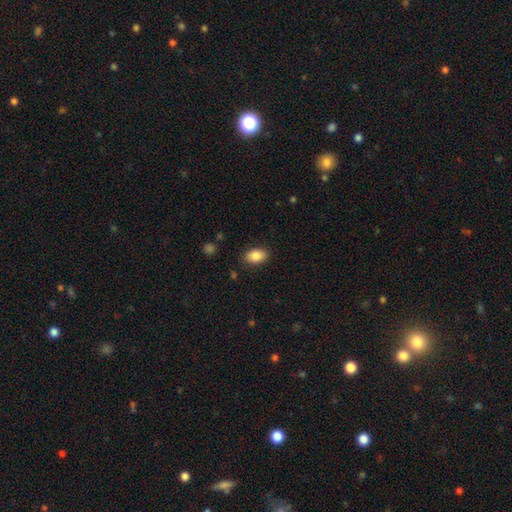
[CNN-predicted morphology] Overall: smooth (87%). How rounded: in between (88%). Merging: none (86%).